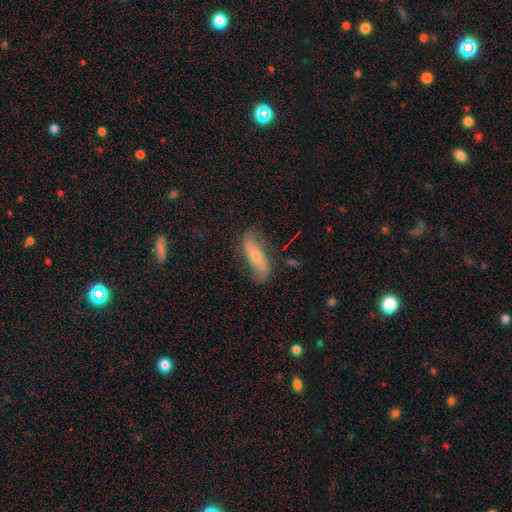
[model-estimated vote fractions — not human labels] This appears to be a featured or disk galaxy (52%). Merging: none (71%).